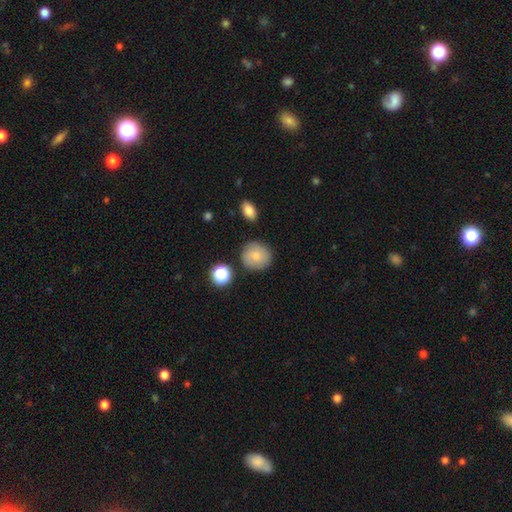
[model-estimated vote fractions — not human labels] Q: Smooth or featured?
A: smooth (78%); runner-up: featured or disk (13%)
Q: How rounded?
A: round (88%); runner-up: in between (11%)
Q: Merging?
A: none (82%); runner-up: minor disturbance (12%)